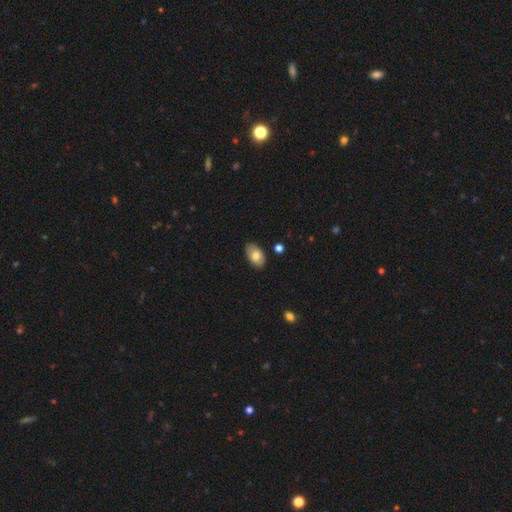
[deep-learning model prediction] smooth 78%, featured or disk 15%, star or artifact 7%. Down the decision tree: how rounded — in between (93%); merging — none (86%).